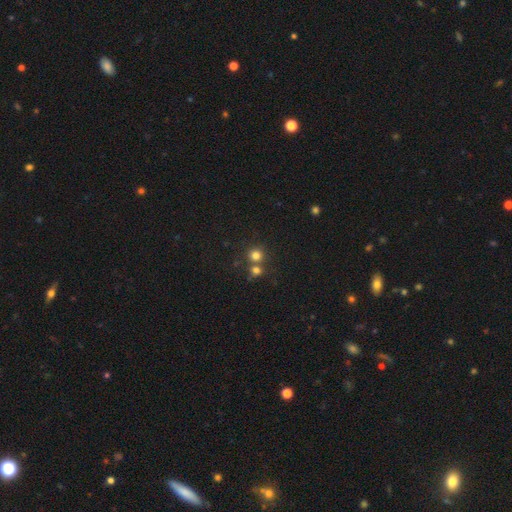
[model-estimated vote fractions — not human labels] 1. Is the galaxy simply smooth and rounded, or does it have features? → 77% smooth, 16% star or artifact, 7% featured or disk.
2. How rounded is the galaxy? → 91% round, 8% in between, 1% cigar-shaped.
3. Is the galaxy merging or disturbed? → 61% none, 30% merger, 6% minor disturbance, 3% major disturbance.